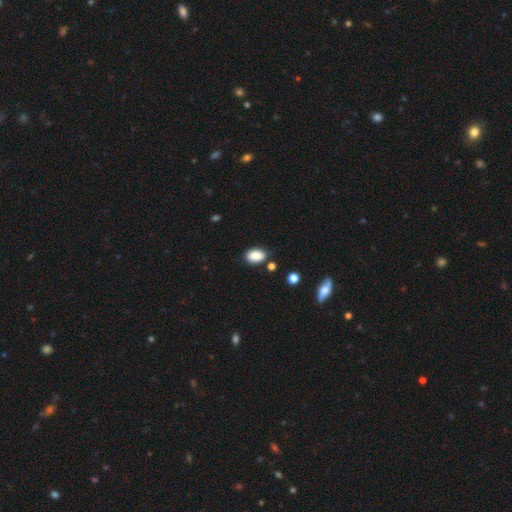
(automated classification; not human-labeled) This appears to be a smooth galaxy with no disk features (88%) that is in between round and cigar-shaped (88%). Merging: none (80%).